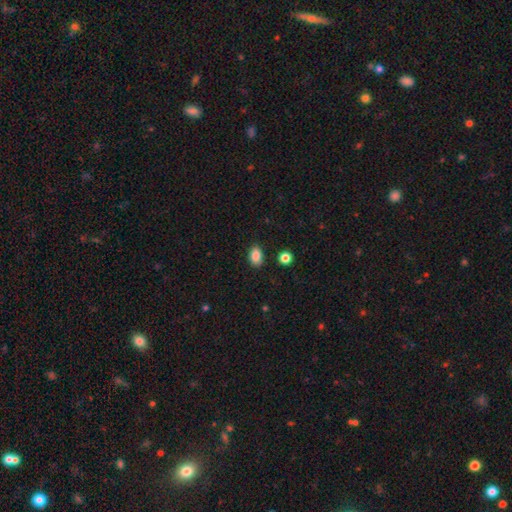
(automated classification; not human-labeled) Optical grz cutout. It shows a smooth galaxy with no disk features (87%) that is in between round and cigar-shaped (85%). Merging: none (84%).